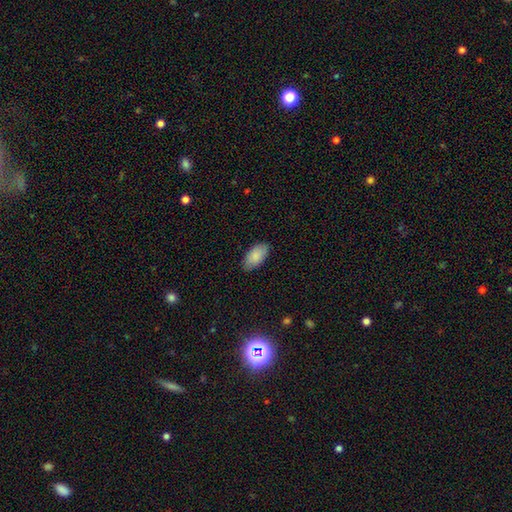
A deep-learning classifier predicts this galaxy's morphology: type=smooth (87%); roundness=in between (95%); merging=none (85%).